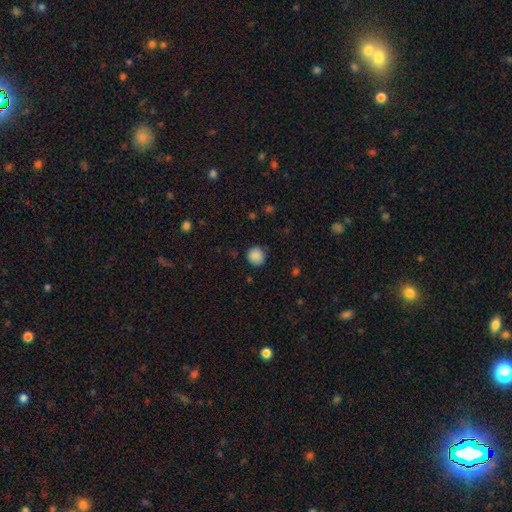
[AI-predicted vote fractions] Smooth or featured: smooth — 88% (star or artifact — 9%)
How rounded: round — 92% (in between — 8%)
Merging: none — 85% (minor disturbance — 12%)